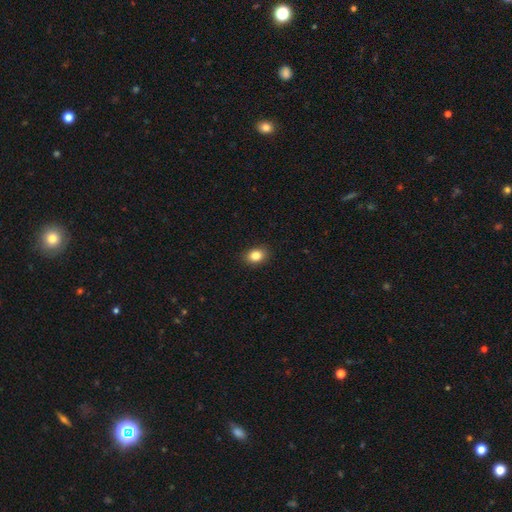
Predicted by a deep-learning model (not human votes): Morphology: type=smooth (85%); roundness=in between (60%); merging=none (89%).